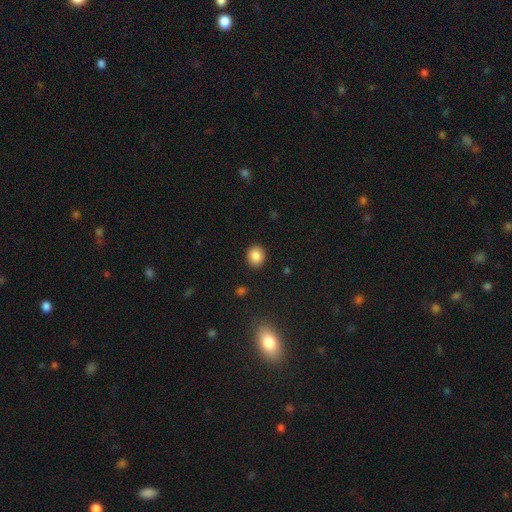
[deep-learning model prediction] smooth-or-featured: smooth: 87% | star or artifact: 9% | featured or disk: 4%
  how-rounded: round: 73% | in between: 26% | cigar-shaped: 1%
  merging: none: 90% | minor disturbance: 6% | major disturbance: 2% | merger: 1%